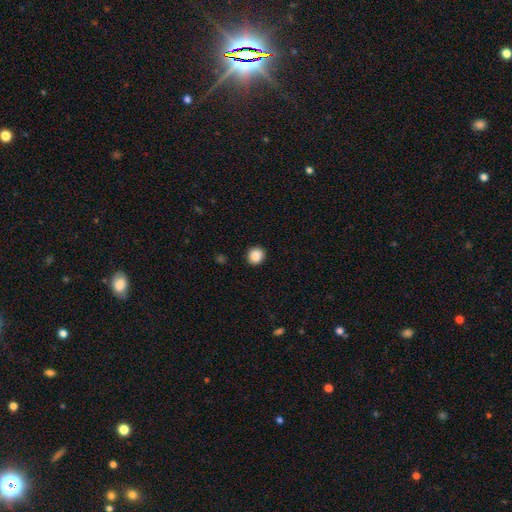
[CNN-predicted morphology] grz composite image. It shows a smooth galaxy with no disk features (88%) that is round (88%). Merging: none (91%).